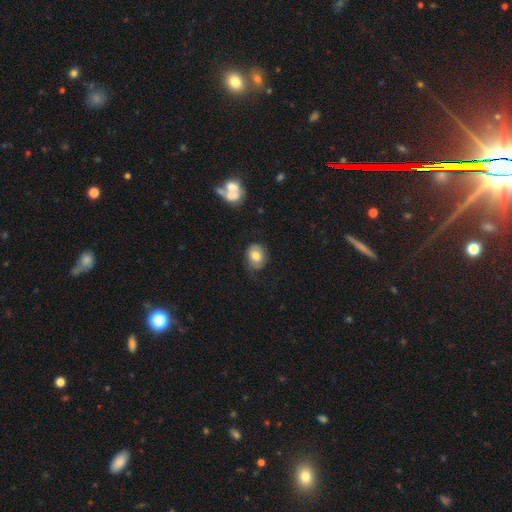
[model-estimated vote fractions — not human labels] The model was most divided on "how rounded": round: 53%, in between: 46%, cigar-shaped: 1%. More confident: smooth or featured — smooth (72%); merging — none (69%).